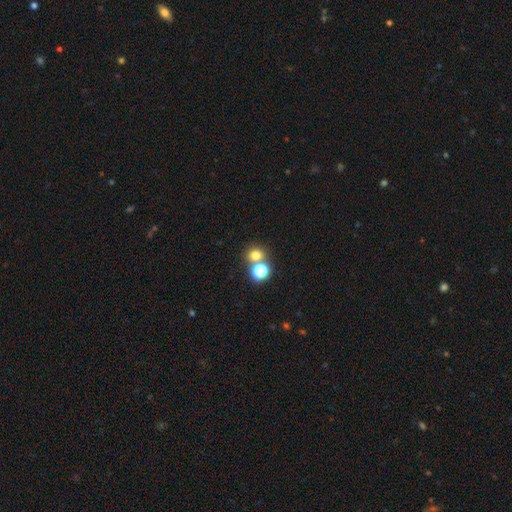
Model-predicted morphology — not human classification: smooth 70%, star or artifact 22%, featured or disk 8%. Down the decision tree: how rounded — round (82%); merging — none (62%).